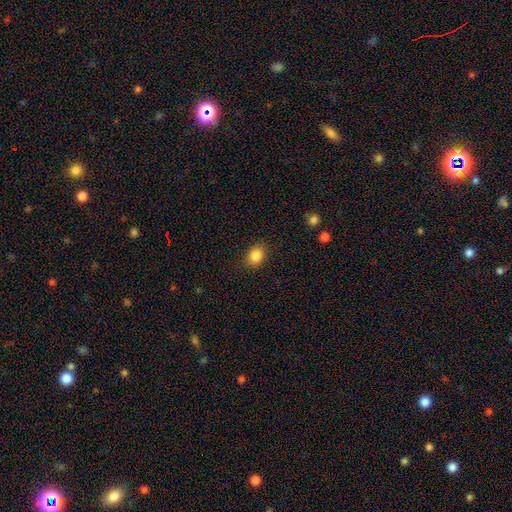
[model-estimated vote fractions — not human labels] Smooth or featured?
  - smooth: 85% *
  - star or artifact: 9%
  - featured or disk: 6%
How rounded?
  - in between: 59% *
  - round: 40%
  - cigar-shaped: 1%
Merging?
  - none: 87% *
  - minor disturbance: 9%
  - major disturbance: 3%
  - merger: 1%